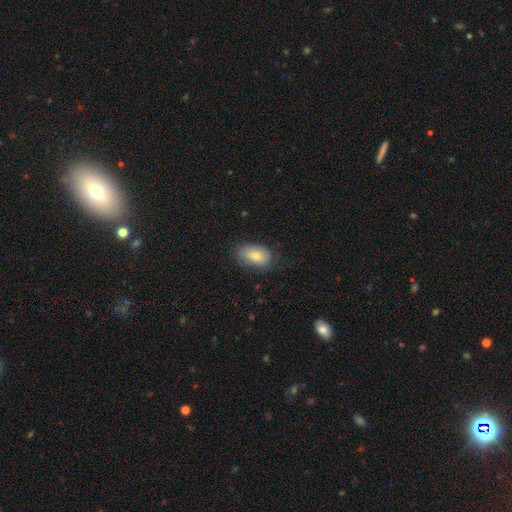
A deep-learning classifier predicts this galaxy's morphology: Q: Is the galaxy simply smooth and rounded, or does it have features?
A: smooth — 76%.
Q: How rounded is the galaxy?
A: in between — 89%.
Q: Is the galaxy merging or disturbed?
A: none — 68%.